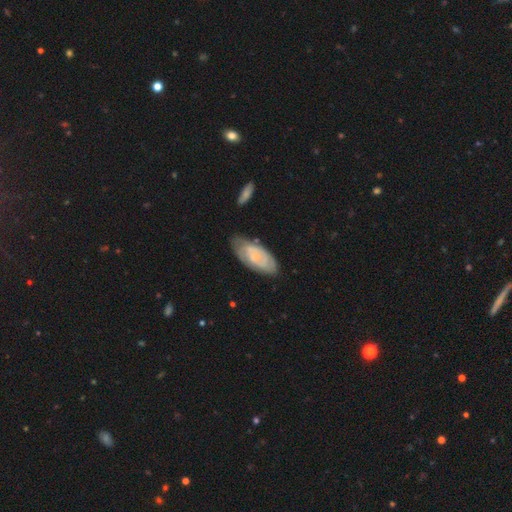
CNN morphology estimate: Smooth or featured? Predicted: featured or disk (p=0.54). Edge-on disk? Predicted: no (p=0.91). Merging? Predicted: none (p=0.64).